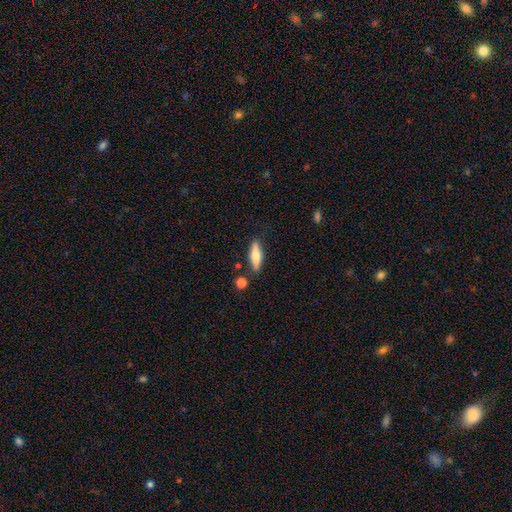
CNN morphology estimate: A smooth galaxy with no disk features (69%) that is cigar-shaped (60%).

Vote fractions:
- Smooth or featured? smooth: 69% / featured or disk: 25% / star or artifact: 6%
- How rounded? cigar-shaped: 60% / in between: 37% / round: 3%
- Merging? none: 81% / minor disturbance: 12% / merger: 5% / major disturbance: 3%